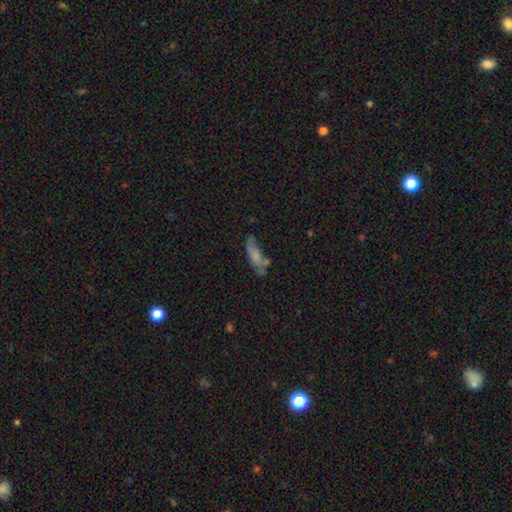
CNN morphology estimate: type=smooth (66%); roundness=in between (53%); merging=none (49%).